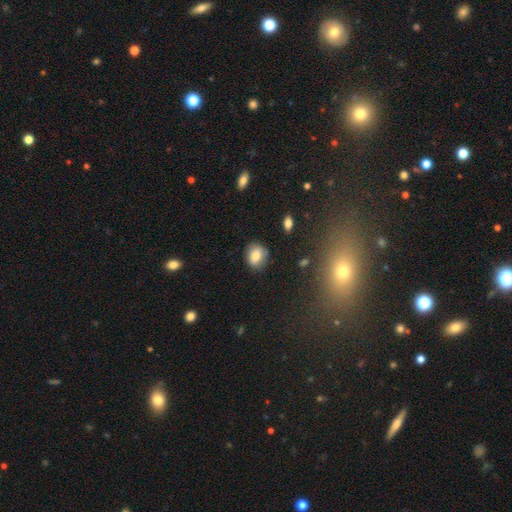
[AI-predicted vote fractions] smooth_or_featured: smooth (p=0.80) [alt: featured or disk p=0.11]
how_rounded: round (p=0.54) [alt: in between p=0.44]
merging: none (p=0.81) [alt: minor disturbance p=0.14]